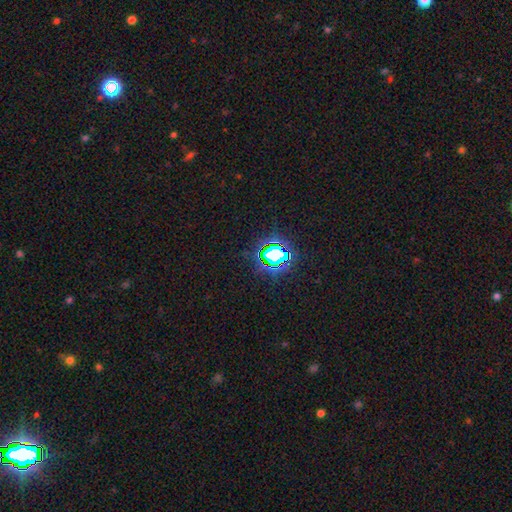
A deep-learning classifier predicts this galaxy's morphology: Smooth or featured?
  - star or artifact: 81% *
  - smooth: 13%
  - featured or disk: 6%